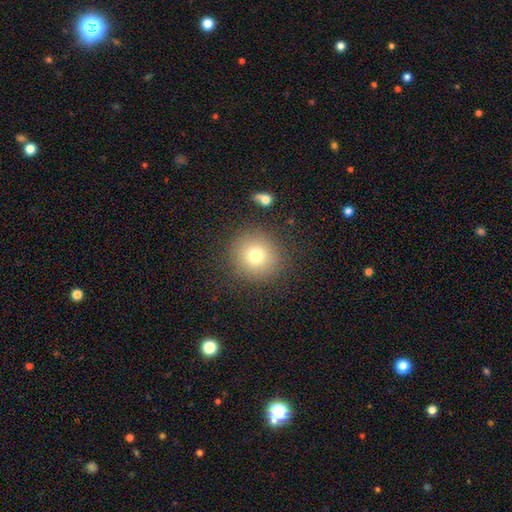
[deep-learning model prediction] smooth-or-featured: smooth: 75% | star or artifact: 13% | featured or disk: 12%
  how-rounded: round: 94% | in between: 6% | cigar-shaped: 1%
  merging: none: 87% | minor disturbance: 8% | major disturbance: 3% | merger: 2%